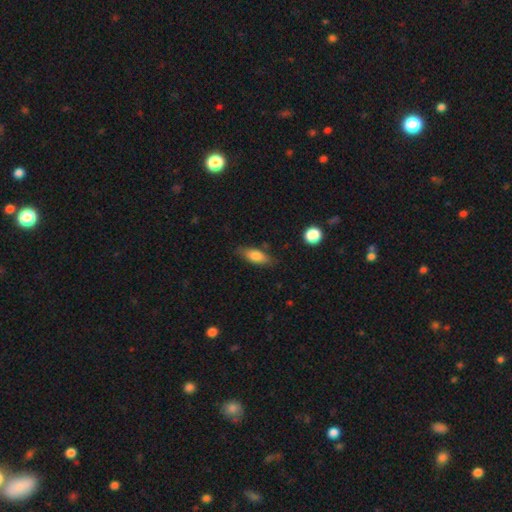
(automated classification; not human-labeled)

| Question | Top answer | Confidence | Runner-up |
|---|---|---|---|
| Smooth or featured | smooth | 77% | featured or disk (16%) |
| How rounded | in between | 73% | cigar-shaped (23%) |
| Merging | none | 77% | minor disturbance (18%) |